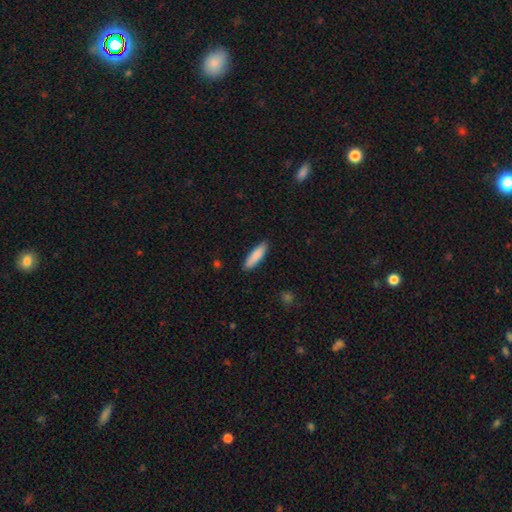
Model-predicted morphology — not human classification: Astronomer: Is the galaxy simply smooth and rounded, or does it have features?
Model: smooth — 86%.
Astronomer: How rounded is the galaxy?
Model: cigar-shaped — 69%.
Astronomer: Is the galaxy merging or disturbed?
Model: none — 88%.